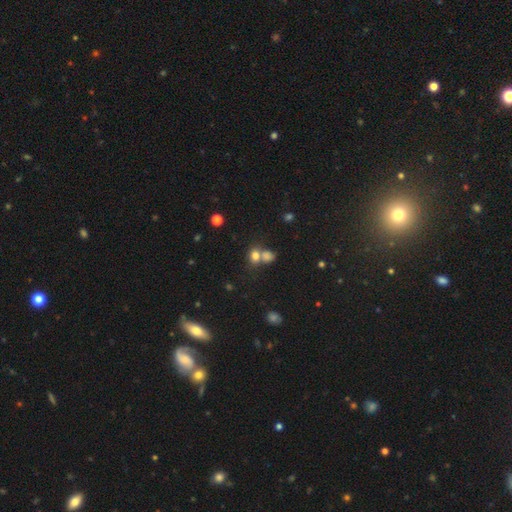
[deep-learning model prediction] Overall: smooth (75%). How rounded: round (57%; in between 42%). Merging: merger (47%; none 40%).